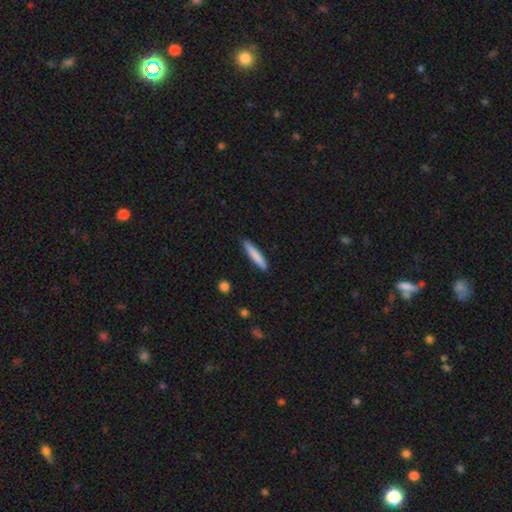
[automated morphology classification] This is clearly a smooth galaxy (81%). How rounded: clearly cigar-shaped (92%). Merging: clearly none (89%).